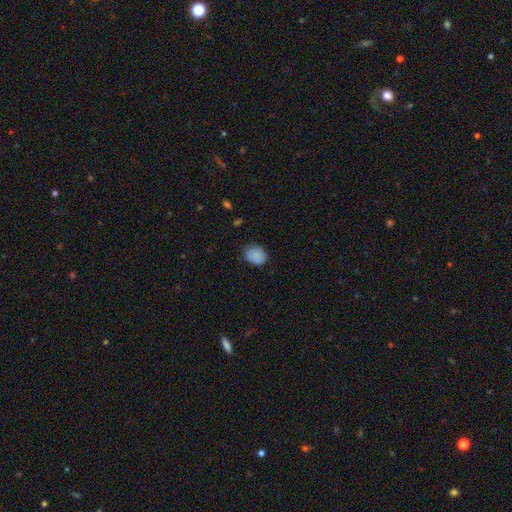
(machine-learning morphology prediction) Smooth or featured: smooth — 88% (star or artifact — 8%)
How rounded: in between — 58% (round — 41%)
Merging: none — 79% (minor disturbance — 17%)